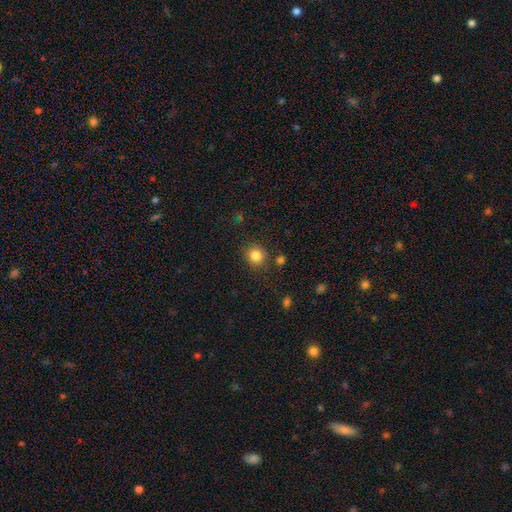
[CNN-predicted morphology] A smooth galaxy with no disk features (84%) that is round (86%).

Vote fractions:
- Smooth or featured? smooth: 84% / star or artifact: 11% / featured or disk: 5%
- How rounded? round: 86% / in between: 13% / cigar-shaped: 1%
- Merging? none: 83% / minor disturbance: 9% / merger: 4% / major disturbance: 3%